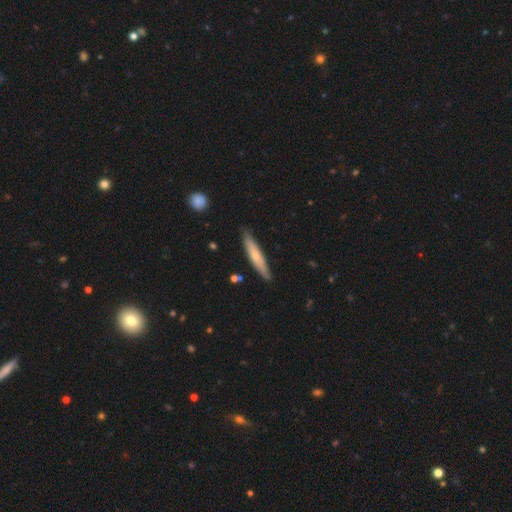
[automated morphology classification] smooth_or_featured: smooth (p=0.59) [alt: featured or disk p=0.35]
how_rounded: cigar-shaped (p=0.90) [alt: in between p=0.08]
merging: none (p=0.84) [alt: minor disturbance p=0.12]